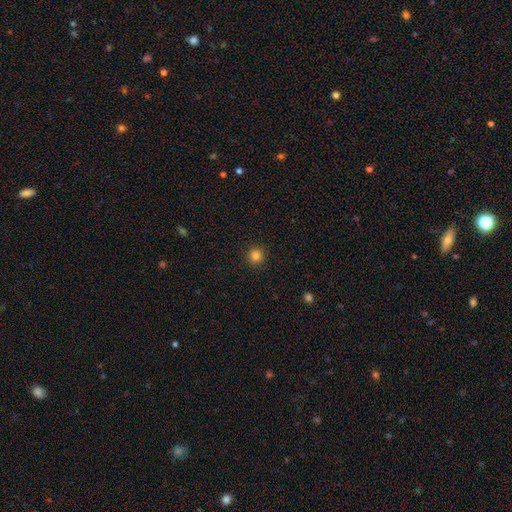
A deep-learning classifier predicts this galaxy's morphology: smooth_or_featured: smooth (p=0.84) [alt: star or artifact p=0.12]
how_rounded: round (p=0.94) [alt: in between p=0.05]
merging: none (p=0.92) [alt: minor disturbance p=0.05]